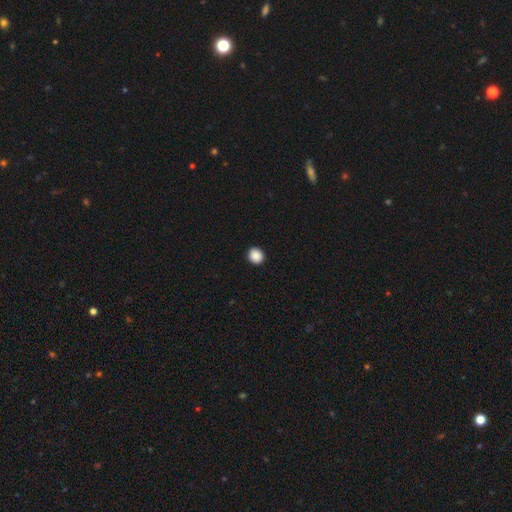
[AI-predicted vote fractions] Q: Smooth or featured?
A: smooth (89%); runner-up: star or artifact (9%)
Q: How rounded?
A: round (84%); runner-up: in between (15%)
Q: Merging?
A: none (93%); runner-up: minor disturbance (5%)